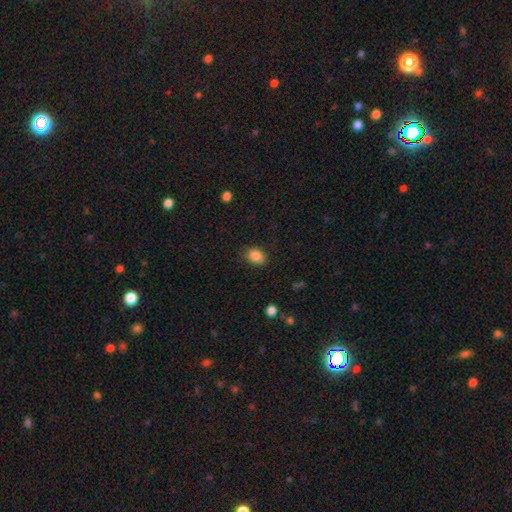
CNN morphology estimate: smooth 86%, star or artifact 9%, featured or disk 4%. Down the decision tree: how rounded — in between (72%); merging — none (84%).